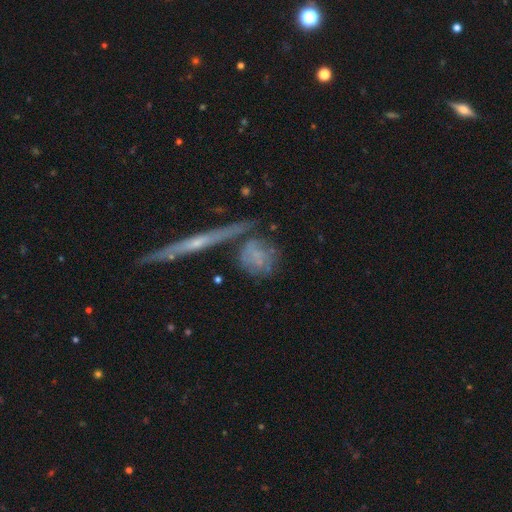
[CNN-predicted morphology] smooth-or-featured: featured or disk: 48% | smooth: 41% | star or artifact: 11%
  merging: none: 59% | minor disturbance: 18% | merger: 13% | major disturbance: 10%